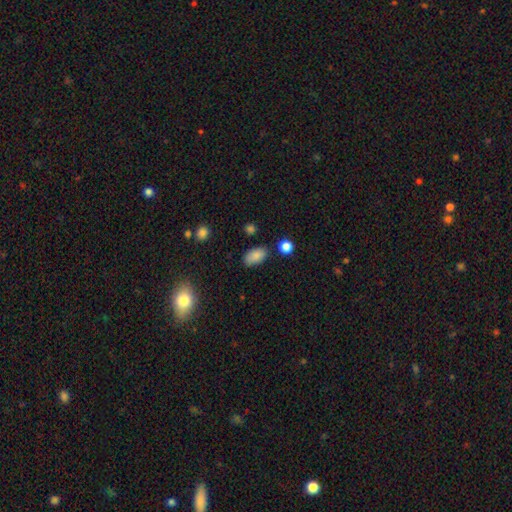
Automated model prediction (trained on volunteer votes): Smooth or featured?
  - smooth: 85% *
  - star or artifact: 9%
  - featured or disk: 6%
How rounded?
  - in between: 92% *
  - round: 5%
  - cigar-shaped: 2%
Merging?
  - none: 80% *
  - minor disturbance: 13%
  - merger: 3%
  - major disturbance: 3%